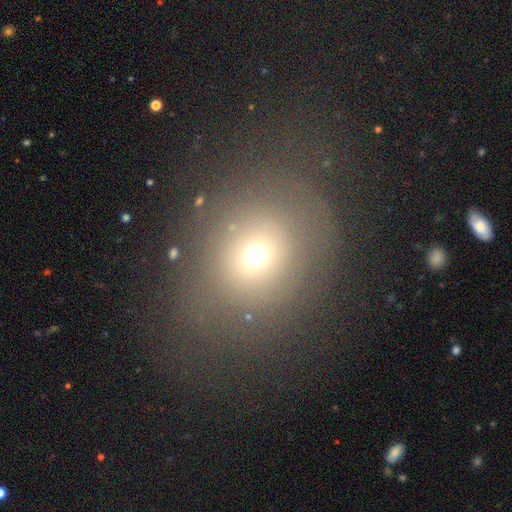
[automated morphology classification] A smooth galaxy with no disk features (64%) that is round (73%). Merging: none (67%).